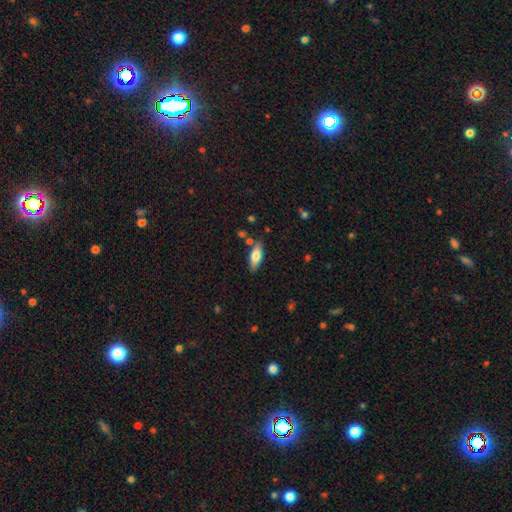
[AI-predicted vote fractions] This appears to be a smooth galaxy with no disk features (72%) that is in between round and cigar-shaped (71%). Merging: none (81%).